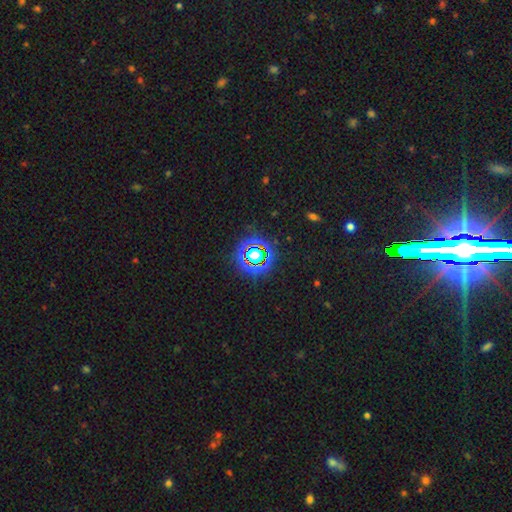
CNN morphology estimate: Overall: star or artifact (81%).